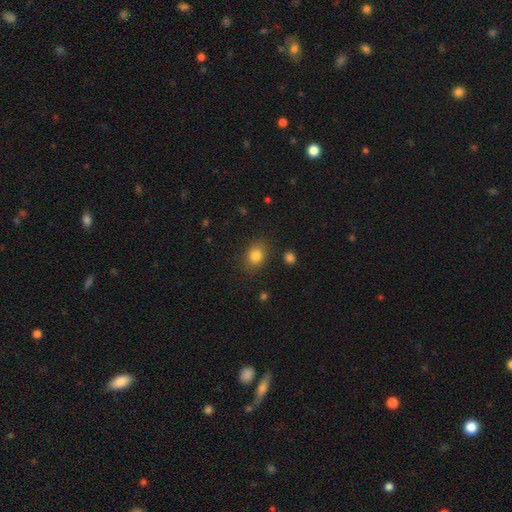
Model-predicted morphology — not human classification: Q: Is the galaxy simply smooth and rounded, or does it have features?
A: smooth — 83%.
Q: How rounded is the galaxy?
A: round — 50%.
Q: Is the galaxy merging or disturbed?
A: none — 83%.